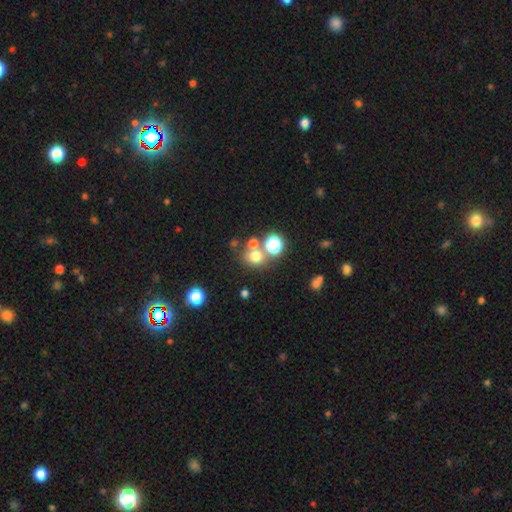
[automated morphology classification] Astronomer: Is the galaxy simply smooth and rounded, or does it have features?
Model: smooth — 67%.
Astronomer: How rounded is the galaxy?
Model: round — 80%.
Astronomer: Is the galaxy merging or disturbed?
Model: none — 61%.